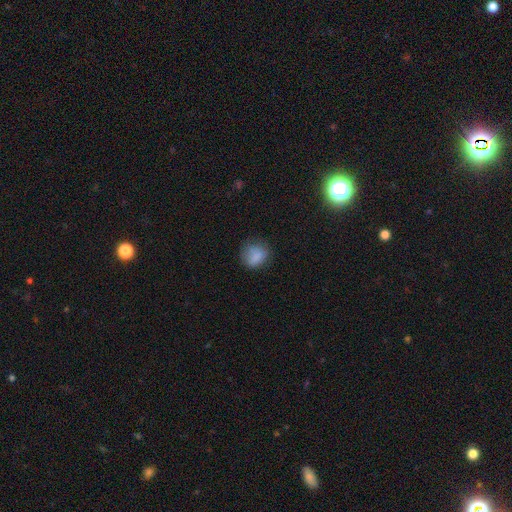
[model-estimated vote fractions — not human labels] A smooth galaxy with no disk features (82%) that is round (69%).

Vote fractions:
- Smooth or featured? smooth: 82% / star or artifact: 10% / featured or disk: 8%
- How rounded? round: 69% / in between: 30% / cigar-shaped: 1%
- Merging? none: 67% / minor disturbance: 23% / major disturbance: 9% / merger: 1%